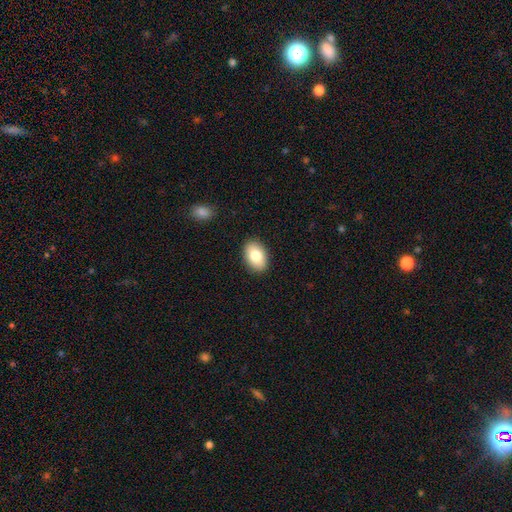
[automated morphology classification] Q: Smooth or featured?
A: smooth (80%); runner-up: featured or disk (13%)
Q: How rounded?
A: in between (88%); runner-up: round (11%)
Q: Merging?
A: none (89%); runner-up: minor disturbance (8%)